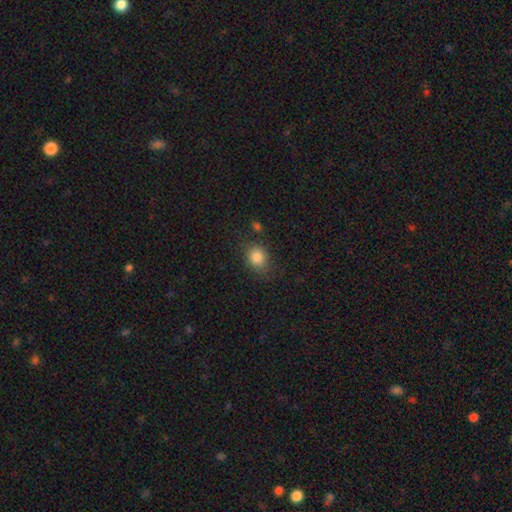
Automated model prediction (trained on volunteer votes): Smooth or featured? smooth (81%)
How rounded? round (62%)
Merging? none (78%)